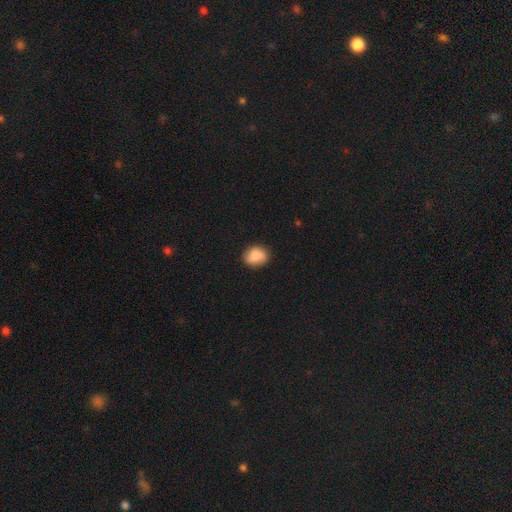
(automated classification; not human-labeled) smooth-or-featured: smooth: 84% | featured or disk: 8% | star or artifact: 8%
  how-rounded: round: 56% | in between: 43% | cigar-shaped: 1%
  merging: none: 79% | minor disturbance: 16% | major disturbance: 3% | merger: 1%